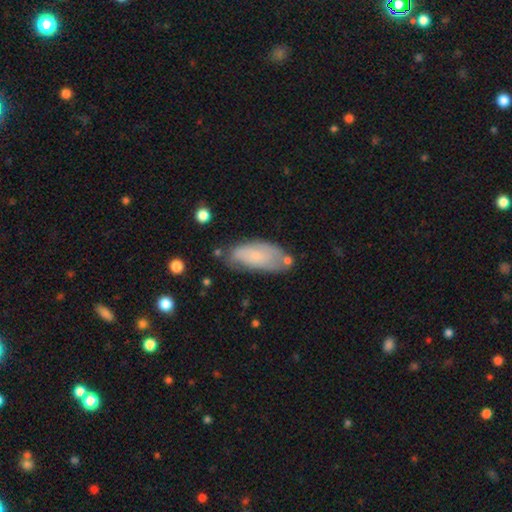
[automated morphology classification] Smooth or featured? Predicted: smooth (p=0.64). How rounded? Predicted: in between (p=0.86). Merging? Predicted: none (p=0.56).